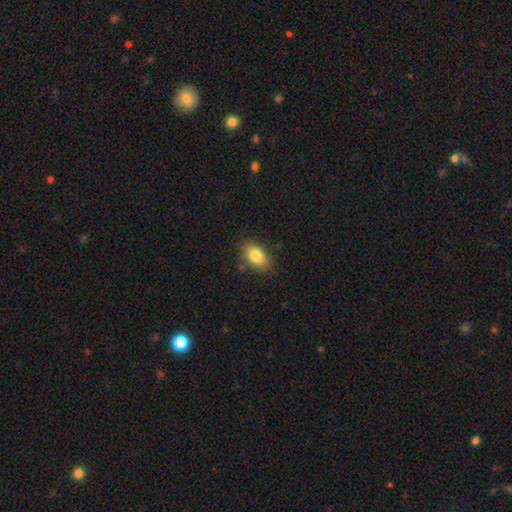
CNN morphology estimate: smooth-or-featured: smooth: 83% | featured or disk: 9% | star or artifact: 8%
  how-rounded: in between: 88% | round: 10% | cigar-shaped: 2%
  merging: none: 82% | minor disturbance: 13% | major disturbance: 3% | merger: 2%